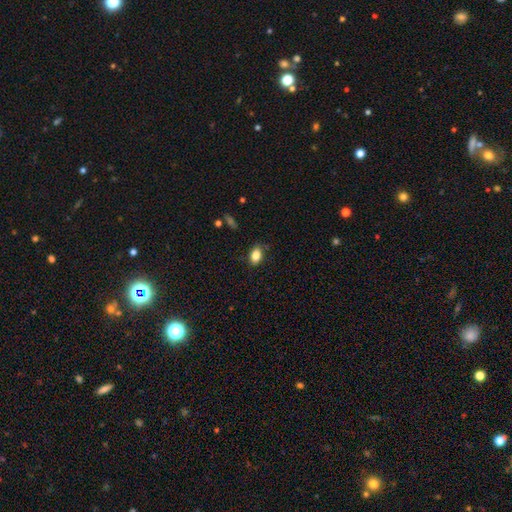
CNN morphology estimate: smooth-or-featured: smooth: 83% | star or artifact: 9% | featured or disk: 8%
  how-rounded: in between: 84% | round: 14% | cigar-shaped: 2%
  merging: none: 82% | minor disturbance: 14% | major disturbance: 3% | merger: 1%